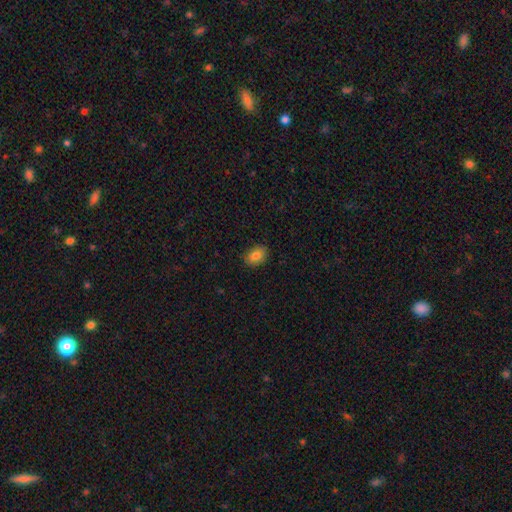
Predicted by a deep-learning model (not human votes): This appears to be a smooth galaxy with no disk features (85%) that is in between round and cigar-shaped (82%). Merging: none (87%).